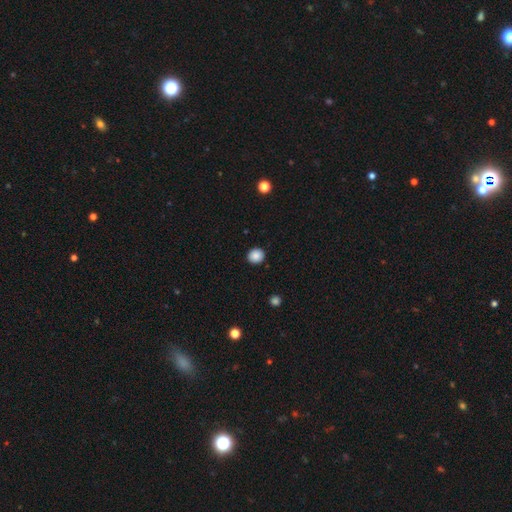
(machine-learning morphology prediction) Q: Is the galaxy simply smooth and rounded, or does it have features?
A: smooth — 88%.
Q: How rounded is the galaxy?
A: round — 85%.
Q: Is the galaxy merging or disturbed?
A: none — 91%.